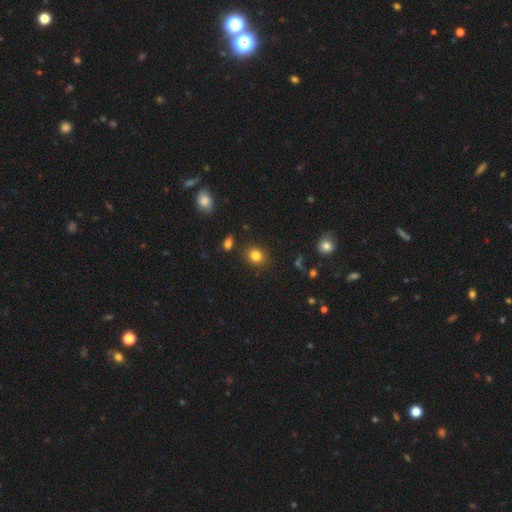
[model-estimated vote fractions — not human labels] This appears to be a smooth galaxy with no disk features (83%) that is round (61%). Merging: none (86%).